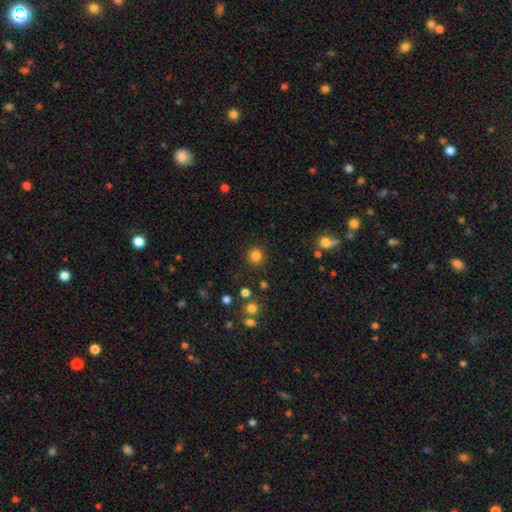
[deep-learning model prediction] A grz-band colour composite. It shows a smooth galaxy with no disk features (83%) that is round (93%). Merging: none (90%).